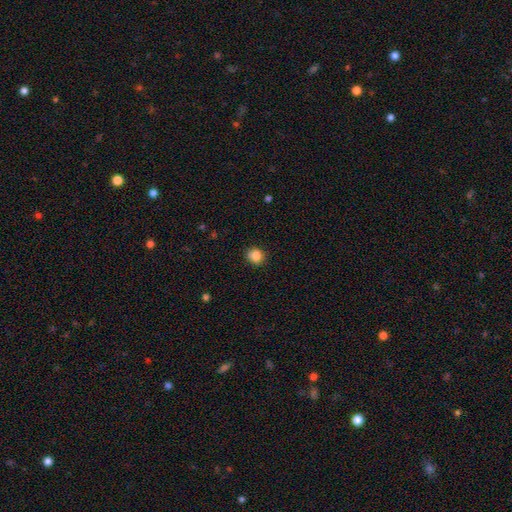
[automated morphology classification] Q: Smooth or featured?
A: smooth (85%); runner-up: star or artifact (10%)
Q: How rounded?
A: round (81%); runner-up: in between (19%)
Q: Merging?
A: none (84%); runner-up: minor disturbance (12%)